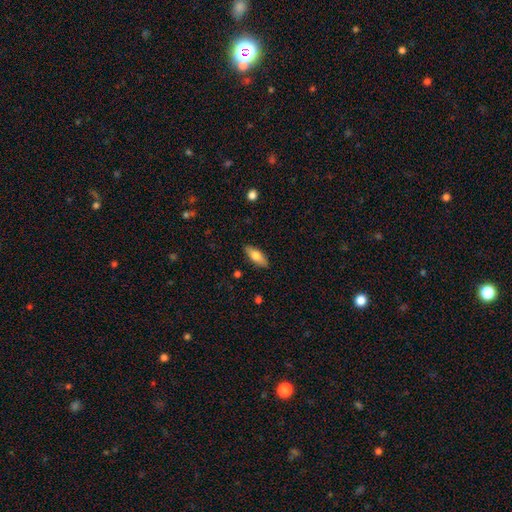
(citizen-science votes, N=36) This appears to be a smooth galaxy with no disk features (64%) that is in between round and cigar-shaped (70%). Merging: none (86%).